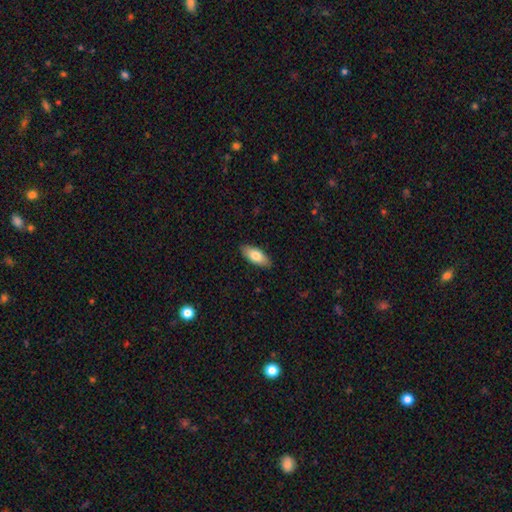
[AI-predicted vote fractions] Smooth or featured? Predicted: smooth (p=0.78). How rounded? Predicted: in between (p=0.85). Merging? Predicted: none (p=0.89).